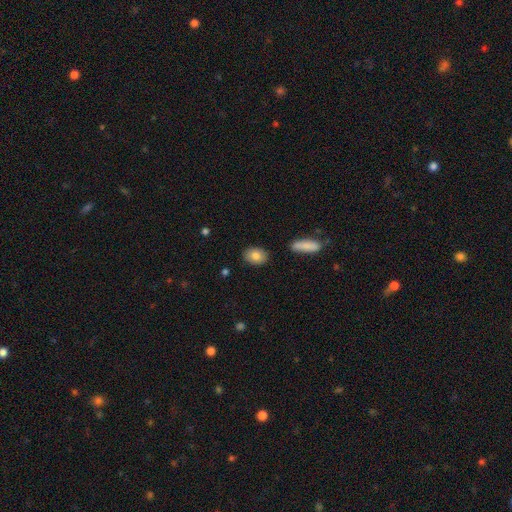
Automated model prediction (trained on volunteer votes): The model was most divided on "how rounded": in between: 76%, round: 22%, cigar-shaped: 2%. More confident: merging — none (86%); smooth or featured — smooth (83%).